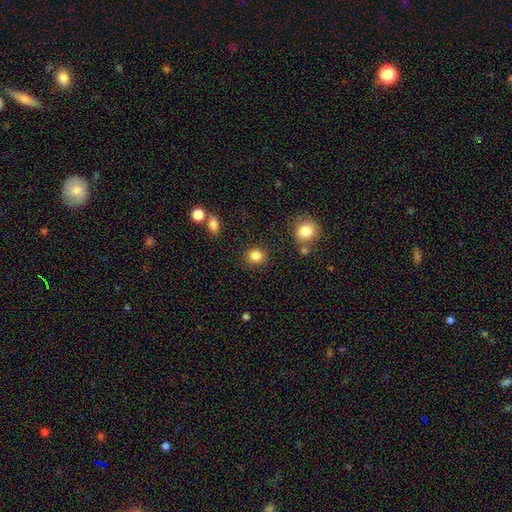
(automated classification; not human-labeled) Smooth or featured: smooth — 85% (star or artifact — 11%)
How rounded: round — 82% (in between — 17%)
Merging: none — 86% (minor disturbance — 8%)